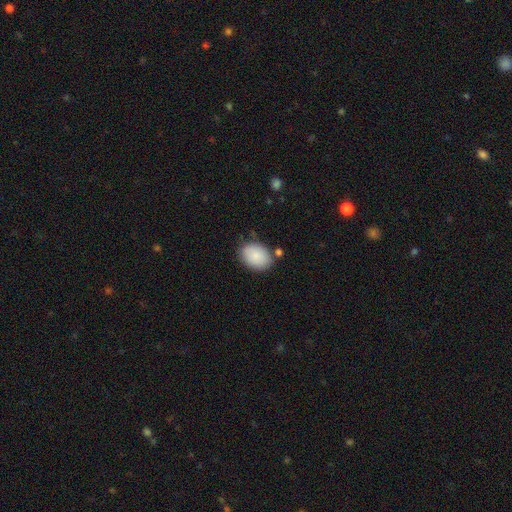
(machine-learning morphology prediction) smooth-or-featured: smooth: 87% | featured or disk: 7% | star or artifact: 6%
  how-rounded: in between: 78% | round: 21% | cigar-shaped: 1%
  merging: none: 76% | minor disturbance: 15% | merger: 5% | major disturbance: 4%